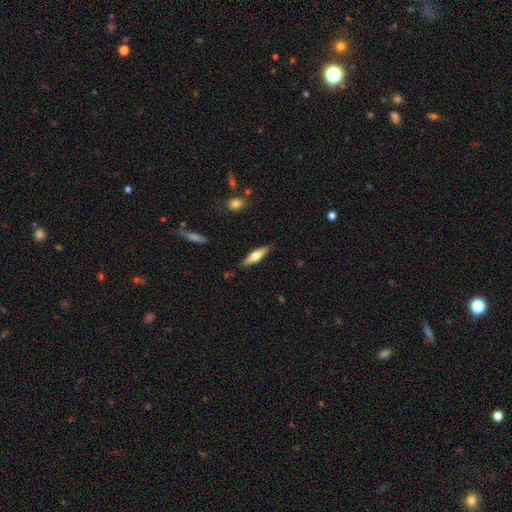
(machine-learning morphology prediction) This appears to be a smooth galaxy with no disk features (49%). Merging: none (87%).